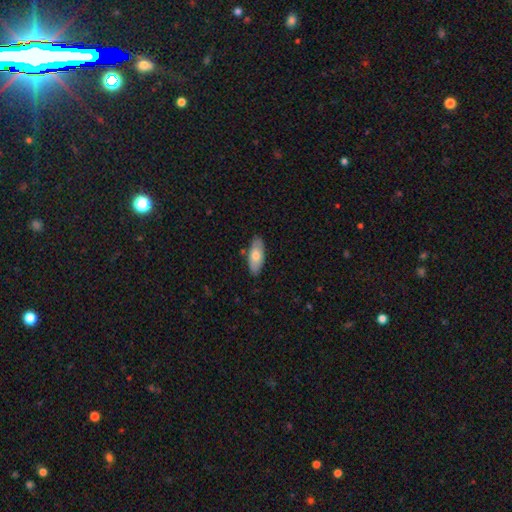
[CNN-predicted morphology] Smooth or featured? smooth (72%)
How rounded? in between (86%)
Merging? none (82%)